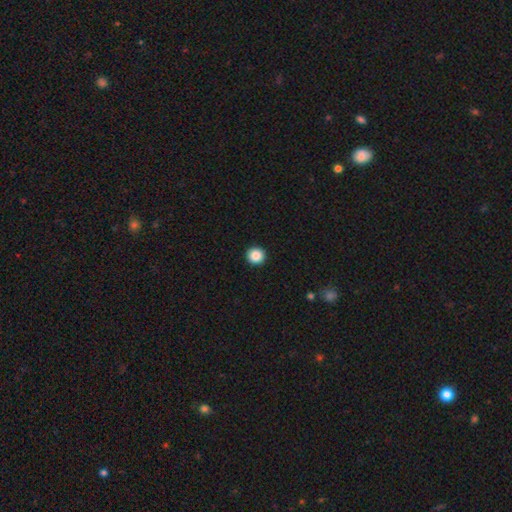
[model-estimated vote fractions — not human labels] This is clearly a smooth galaxy (88%). How rounded: clearly round (96%). Merging: clearly none (94%).